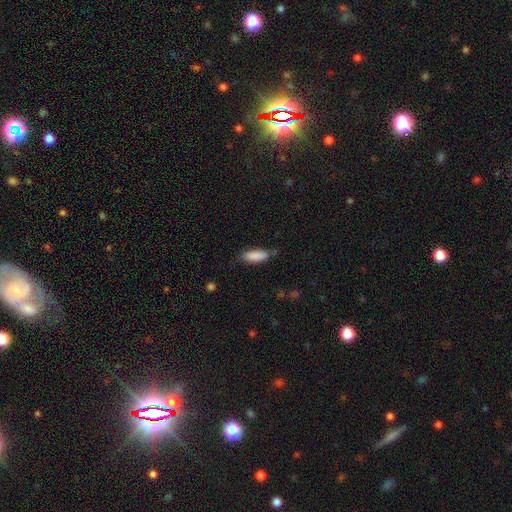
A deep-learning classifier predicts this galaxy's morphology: smooth_or_featured: smooth (p=0.88) [alt: star or artifact p=0.06]
how_rounded: in between (p=0.68) [alt: cigar-shaped p=0.30]
merging: none (p=0.71) [alt: minor disturbance p=0.22]